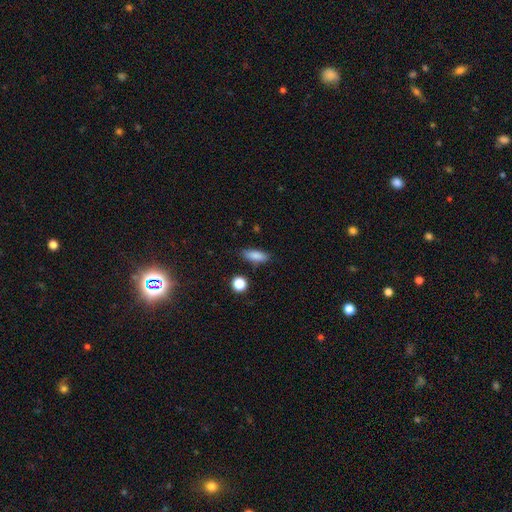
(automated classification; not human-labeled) Smooth or featured? Predicted: smooth (p=0.84). How rounded? Predicted: in between (p=0.63). Merging? Predicted: none (p=0.82).